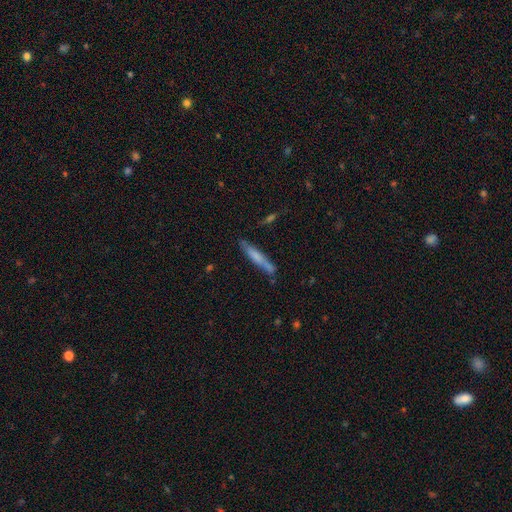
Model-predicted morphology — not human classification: Smooth or featured? Predicted: smooth (p=0.46). Merging? Predicted: none (p=0.77).